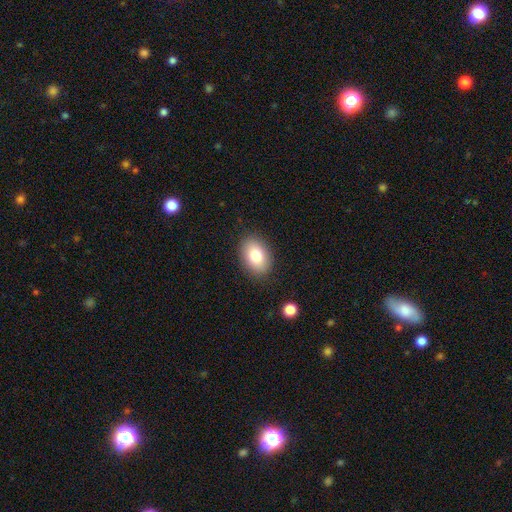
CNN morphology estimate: smooth-or-featured: smooth: 80% | featured or disk: 12% | star or artifact: 8%
  how-rounded: in between: 82% | round: 17% | cigar-shaped: 1%
  merging: none: 87% | minor disturbance: 9% | major disturbance: 3% | merger: 1%